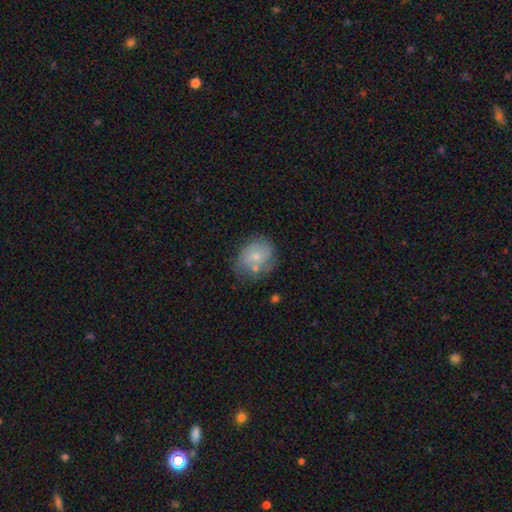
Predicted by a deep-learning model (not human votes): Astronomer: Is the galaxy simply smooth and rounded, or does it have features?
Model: smooth — 61%.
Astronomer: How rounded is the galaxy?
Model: round — 57% (runner-up: in between, 42%).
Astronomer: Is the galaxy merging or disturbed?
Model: none — 55%.